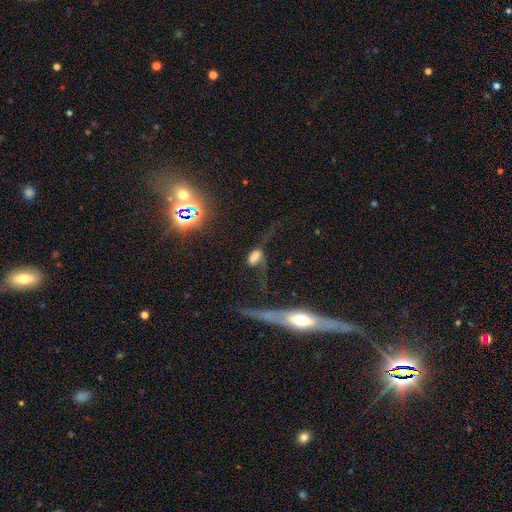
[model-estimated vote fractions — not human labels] Morphology: type=smooth (44%); merging=major disturbance (46%).